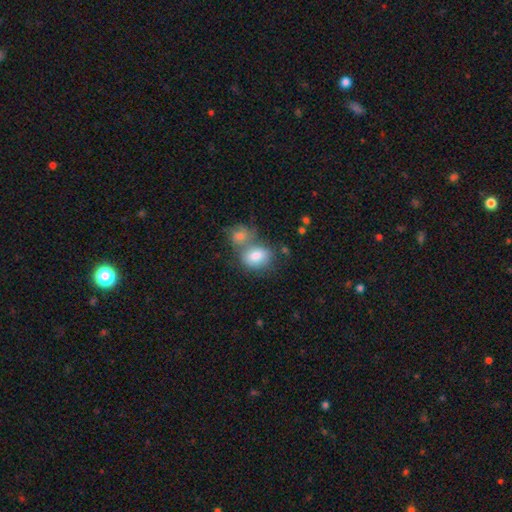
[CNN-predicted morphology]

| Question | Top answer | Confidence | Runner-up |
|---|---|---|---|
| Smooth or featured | smooth | 80% | featured or disk (13%) |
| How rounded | in between | 67% | round (32%) |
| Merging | merger | 52% | none (32%) |